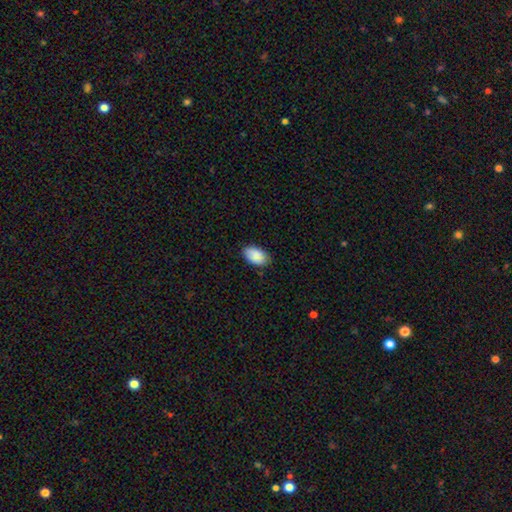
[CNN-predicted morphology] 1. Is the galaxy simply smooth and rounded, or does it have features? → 89% smooth, 6% star or artifact, 5% featured or disk.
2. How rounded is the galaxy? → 94% in between, 5% round, 1% cigar-shaped.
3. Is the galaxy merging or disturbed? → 83% none, 14% minor disturbance, 2% major disturbance, 1% merger.